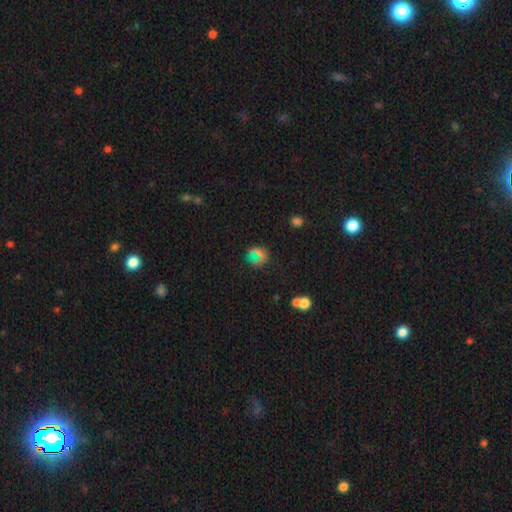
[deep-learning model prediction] Morphology: type=smooth (50%); merging=none (69%).